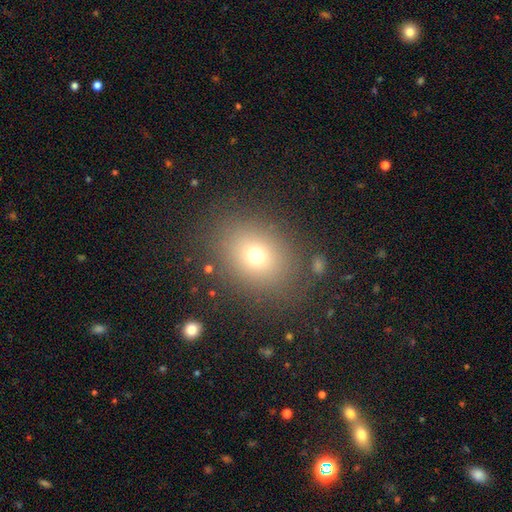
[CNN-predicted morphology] Smooth or featured: smooth — 70% (star or artifact — 17%)
How rounded: in between — 52% (round — 47%)
Merging: none — 83% (minor disturbance — 10%)